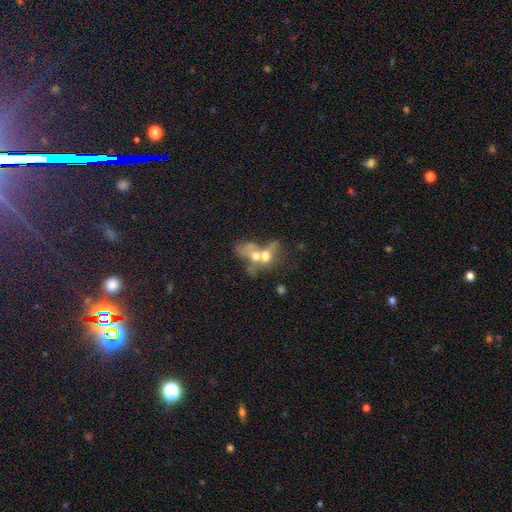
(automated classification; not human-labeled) This is possibly a smooth galaxy (50%). Merging: likely merger (72%).